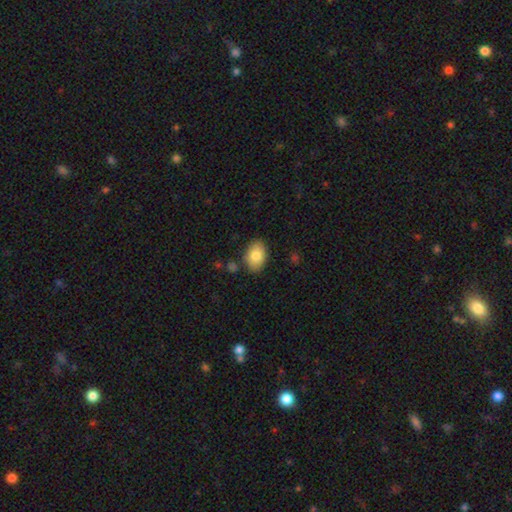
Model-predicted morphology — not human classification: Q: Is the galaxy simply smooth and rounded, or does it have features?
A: smooth — 83%.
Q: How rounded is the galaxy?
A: in between — 84%.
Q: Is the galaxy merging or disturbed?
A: none — 82%.